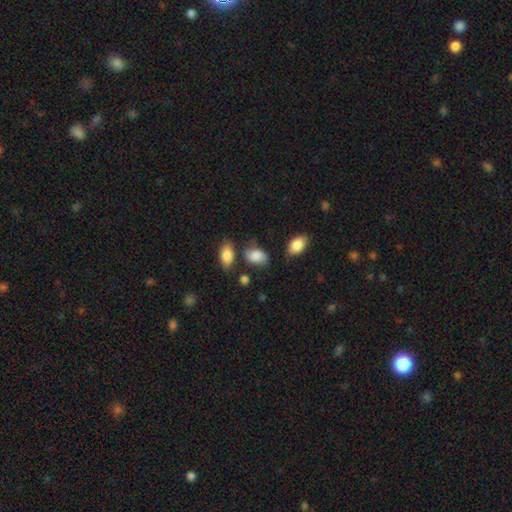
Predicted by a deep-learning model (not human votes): A smooth galaxy with no disk features (77%) that is in between round and cigar-shaped (87%).

Vote fractions:
- Smooth or featured? smooth: 77% / featured or disk: 14% / star or artifact: 9%
- How rounded? in between: 87% / round: 11% / cigar-shaped: 2%
- Merging? none: 57% / minor disturbance: 28% / major disturbance: 8% / merger: 7%